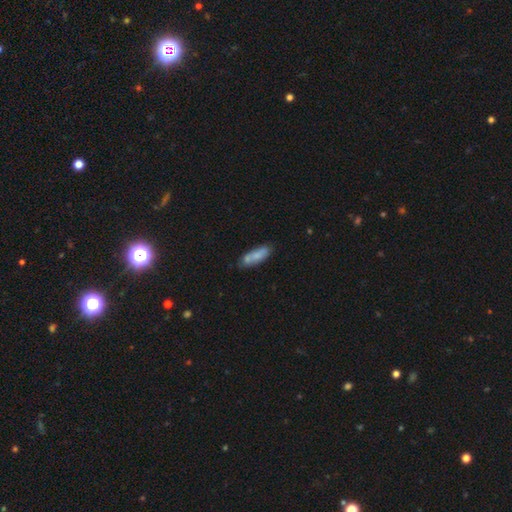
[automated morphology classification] A smooth galaxy with no disk features (74%) that is in between round and cigar-shaped (50%).

Vote fractions:
- Smooth or featured? smooth: 74% / featured or disk: 19% / star or artifact: 7%
- How rounded? in between: 50% / cigar-shaped: 48% / round: 2%
- Merging? none: 63% / minor disturbance: 19% / merger: 13% / major disturbance: 5%